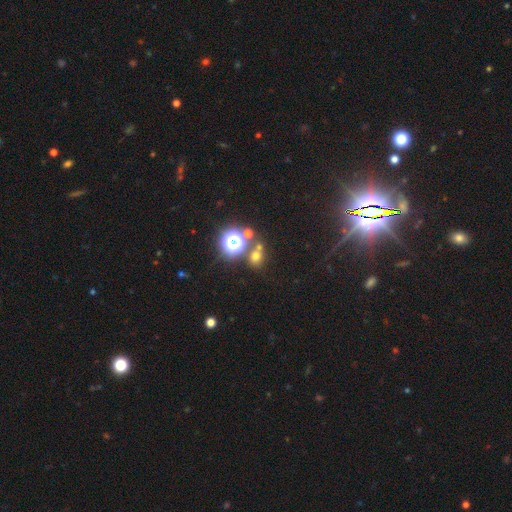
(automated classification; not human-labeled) Smooth or featured: smooth — 60% (star or artifact — 32%)
How rounded: round — 72% (in between — 27%)
Merging: none — 66% (merger — 19%)